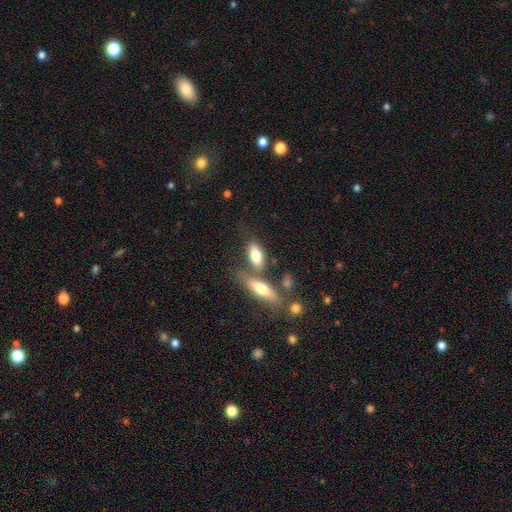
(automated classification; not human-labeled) This appears to be a smooth galaxy with no disk features (75%) that is in between round and cigar-shaped (83%). Merging: none (52%).